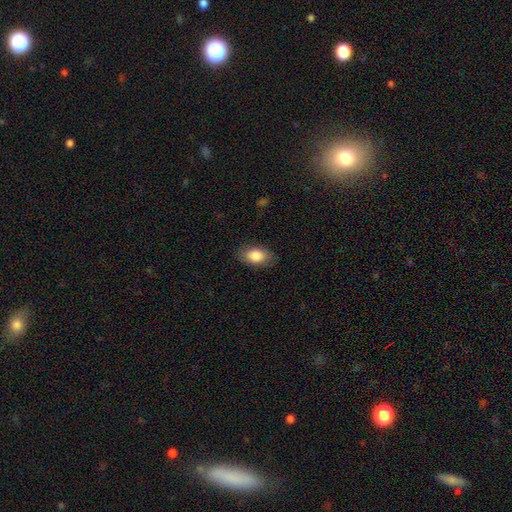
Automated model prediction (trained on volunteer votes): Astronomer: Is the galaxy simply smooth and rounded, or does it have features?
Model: smooth — 85%.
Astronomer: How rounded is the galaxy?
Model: in between — 90%.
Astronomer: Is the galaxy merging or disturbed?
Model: none — 83%.